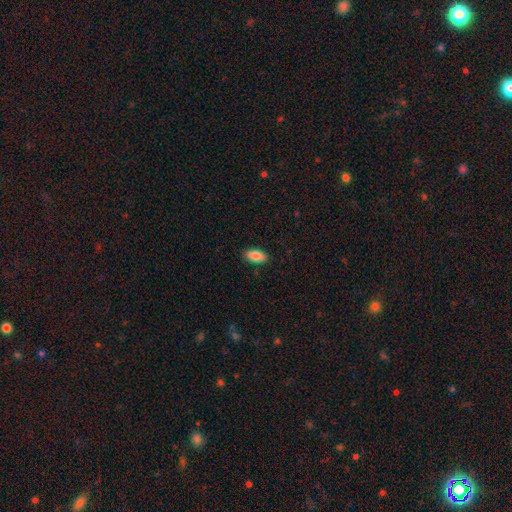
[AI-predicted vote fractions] Q: Smooth or featured?
A: smooth (88%); runner-up: star or artifact (7%)
Q: How rounded?
A: in between (92%); runner-up: cigar-shaped (5%)
Q: Merging?
A: none (88%); runner-up: minor disturbance (9%)